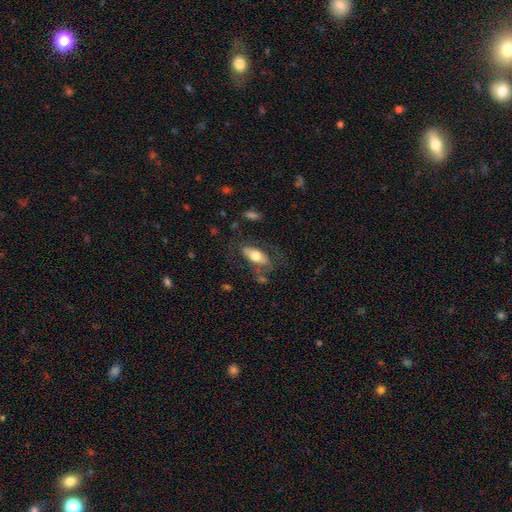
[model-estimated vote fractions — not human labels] A smooth galaxy with no disk features (61%) that is in between round and cigar-shaped (83%).

Vote fractions:
- Smooth or featured? smooth: 61% / featured or disk: 33% / star or artifact: 6%
- How rounded? in between: 83% / cigar-shaped: 14% / round: 3%
- Merging? none: 61% / minor disturbance: 21% / major disturbance: 14% / merger: 4%